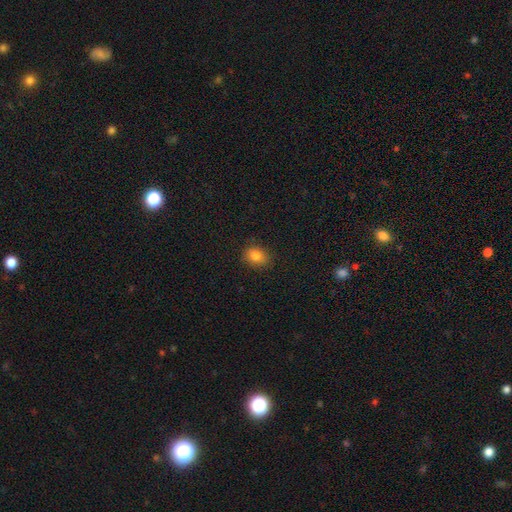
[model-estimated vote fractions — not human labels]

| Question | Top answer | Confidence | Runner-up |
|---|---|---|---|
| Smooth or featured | smooth | 83% | star or artifact (11%) |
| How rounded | round | 51% | in between (48%) |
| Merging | none | 86% | minor disturbance (10%) |